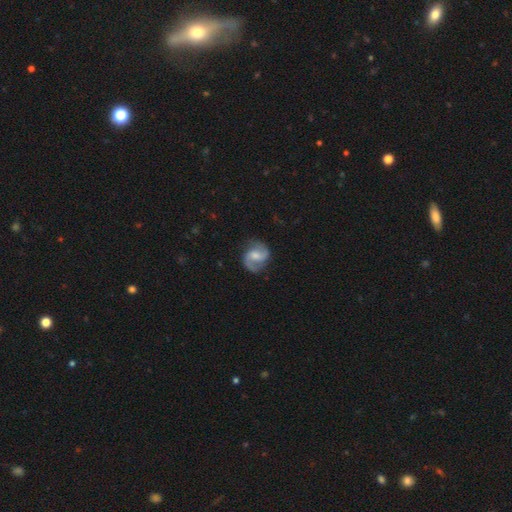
A featured or disk galaxy (85%) with a weak bar (62%), 2 (97%) medium (69%) spiral arms (94%) and a small central bulge (44%).

Vote fractions:
- Smooth or featured? featured or disk: 85% / smooth: 10% / star or artifact: 5%
- Edge-on disk? no: 100% / yes: 0%
- Bar? weak: 62% / no: 38% / strong: 0%
- Spiral arms? yes: 94% / no: 6%
- Spiral winding? medium: 69% / loose: 19% / tight: 12%
- Spiral arm count? 2: 97% / can't tell: 3% / 1: 0% / 3: 0% / 4: 0% / more than 4: 0%
- Bulge size? small: 44% / moderate: 41% / none: 12% / large: 3% / dominant: 0%
- Merging? none: 82% / minor disturbance: 11% / major disturbance: 8% / merger: 0%